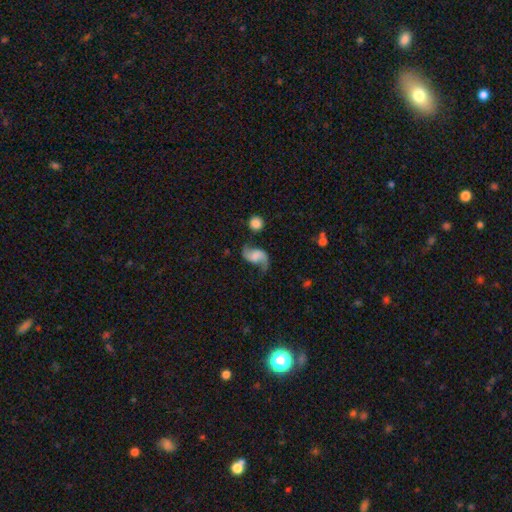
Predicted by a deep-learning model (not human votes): Smooth or featured: featured or disk — 80% (smooth — 13%)
Edge-on disk: no — 98% (yes — 2%)
Bar: no — 54% (weak — 35%)
Spiral arms: yes — 95% (no — 5%)
Spiral winding: loose — 76% (medium — 20%)
Spiral arm count: 2 — 92% (1 — 3%)
Bulge size: none — 53% (small — 15%)
Merging: none — 65% (minor disturbance — 19%)